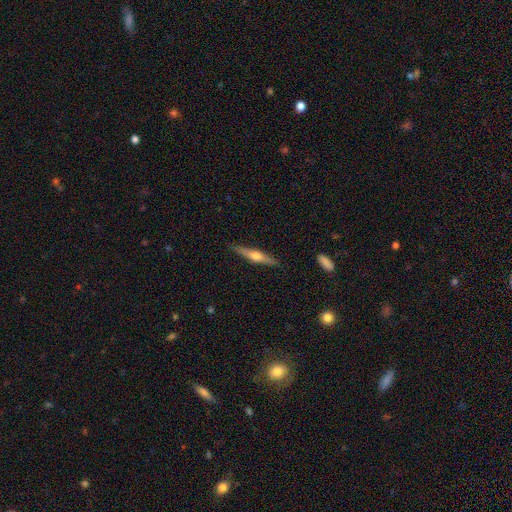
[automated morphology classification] type=featured or disk (64%); edge-on=yes (97%); edge-on bulge=rounded (90%); merging=none (89%).